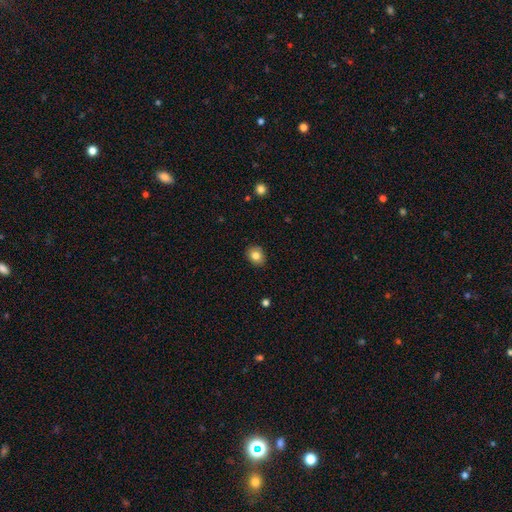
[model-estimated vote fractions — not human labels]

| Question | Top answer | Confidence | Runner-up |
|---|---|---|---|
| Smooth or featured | smooth | 82% | star or artifact (10%) |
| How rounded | round | 55% | in between (44%) |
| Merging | none | 89% | minor disturbance (9%) |